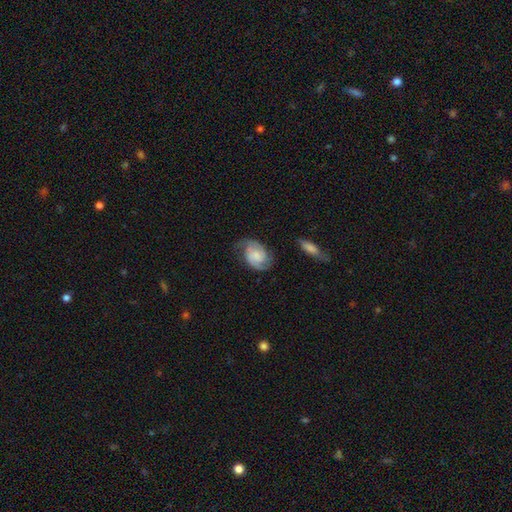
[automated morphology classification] featured or disk 71%, smooth 22%, star or artifact 7%. Down the decision tree: edge-on disk — no (97%); bar — no (64%); spiral arms — yes (95%); spiral arm count — 2 (86%); spiral winding — medium (45%); bulge size — small (37%); merging — none (64%).